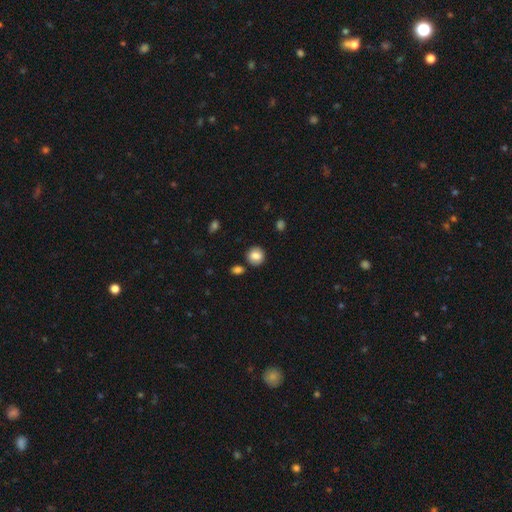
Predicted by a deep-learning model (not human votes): Morphology: type=smooth (82%); roundness=round (85%); merging=none (84%).